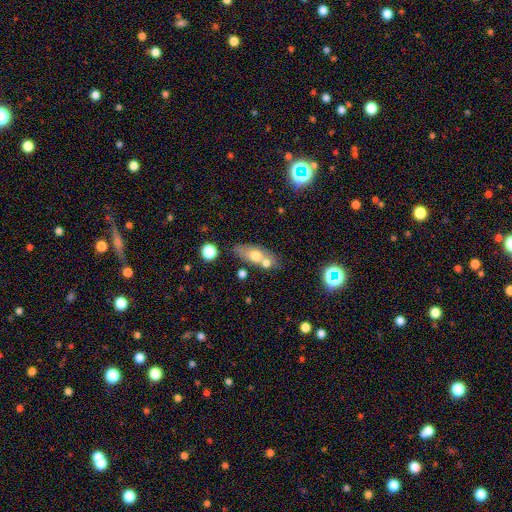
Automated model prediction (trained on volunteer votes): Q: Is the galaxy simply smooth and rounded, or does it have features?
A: smooth — 61%.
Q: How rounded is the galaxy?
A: in between — 65%.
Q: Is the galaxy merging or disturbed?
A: none — 51%.